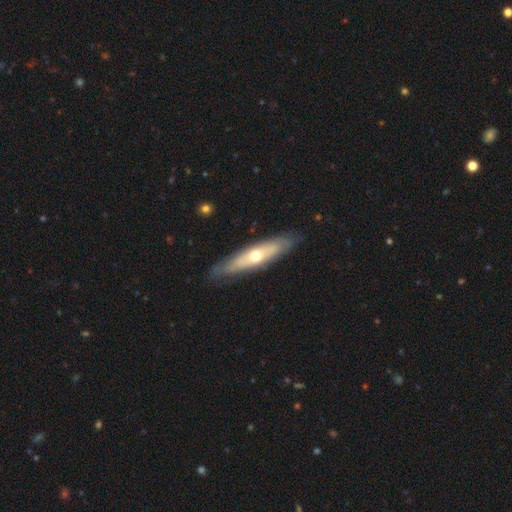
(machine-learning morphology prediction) This appears to be a featured or disk galaxy (53%) viewed edge-on (62%). Merging: none (83%).